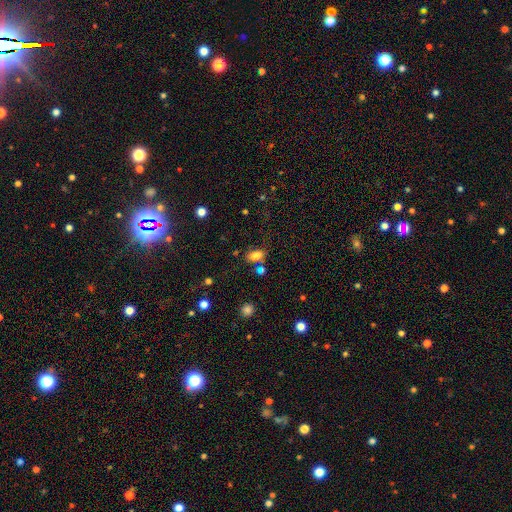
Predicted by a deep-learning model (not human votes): Smooth or featured?
  - smooth: 82% *
  - star or artifact: 12%
  - featured or disk: 7%
How rounded?
  - in between: 87% *
  - round: 10%
  - cigar-shaped: 3%
Merging?
  - none: 61% *
  - merger: 20%
  - minor disturbance: 14%
  - major disturbance: 6%